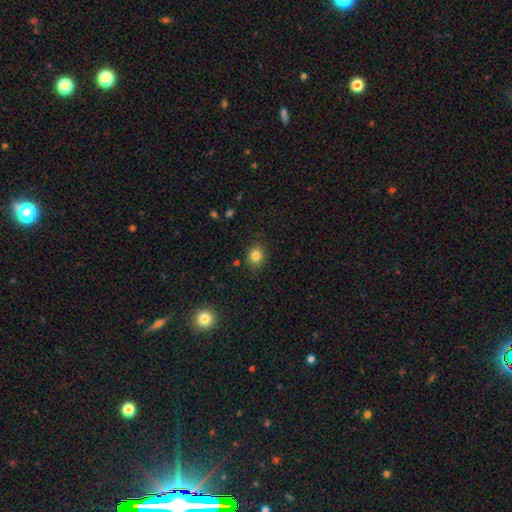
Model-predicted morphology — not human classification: Smooth or featured?
  - smooth: 82% *
  - star or artifact: 12%
  - featured or disk: 6%
How rounded?
  - round: 61% *
  - in between: 38%
  - cigar-shaped: 1%
Merging?
  - none: 87% *
  - minor disturbance: 9%
  - major disturbance: 2%
  - merger: 1%